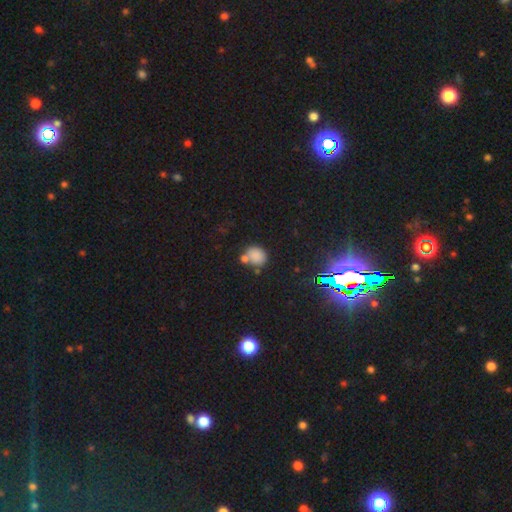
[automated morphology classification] smooth_or_featured: smooth (p=0.78) [alt: star or artifact p=0.14]
how_rounded: round (p=0.68) [alt: in between p=0.31]
merging: none (p=0.52) [alt: merger p=0.30]